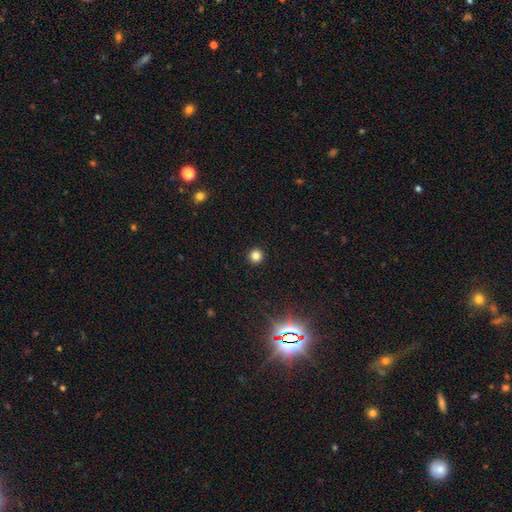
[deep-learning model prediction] Smooth or featured: smooth — 82% (star or artifact — 14%)
How rounded: round — 95% (in between — 4%)
Merging: none — 94% (minor disturbance — 4%)